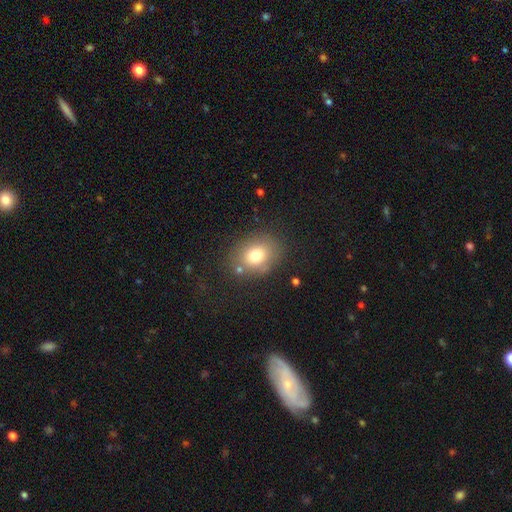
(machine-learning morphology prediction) A smooth galaxy with no disk features (75%) that is in between round and cigar-shaped (55%). Merging: none (76%).